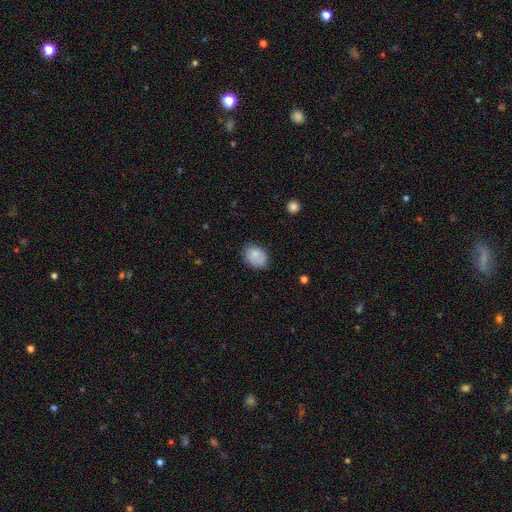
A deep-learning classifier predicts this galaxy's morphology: Q: Smooth or featured?
A: smooth (80%); runner-up: featured or disk (12%)
Q: How rounded?
A: in between (71%); runner-up: round (28%)
Q: Merging?
A: none (72%); runner-up: minor disturbance (20%)